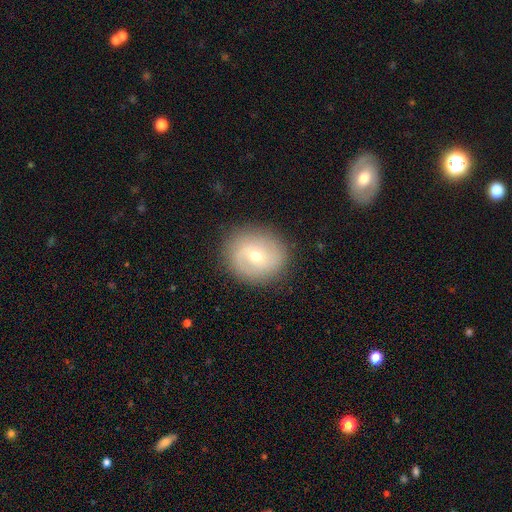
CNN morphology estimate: smooth-or-featured: featured or disk: 56% | smooth: 35% | star or artifact: 9%
  disk-edge-on: no: 96% | yes: 4%
    bar: no: 51% | weak: 39% | strong: 10%
    has-spiral-arms: yes: 71% | no: 29%
    bulge-size: small: 48% (tied) | moderate: 48% (tied) | large: 2% | dominant: 1% | none: 1%
  merging: none: 85% | minor disturbance: 10% | major disturbance: 4% | merger: 1%